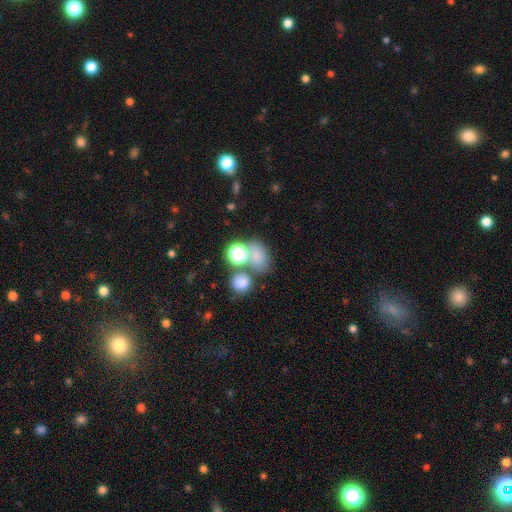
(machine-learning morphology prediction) Smooth or featured? Predicted: smooth (p=0.71). How rounded? Predicted: in between (p=0.54). Merging? Predicted: none (p=0.49).